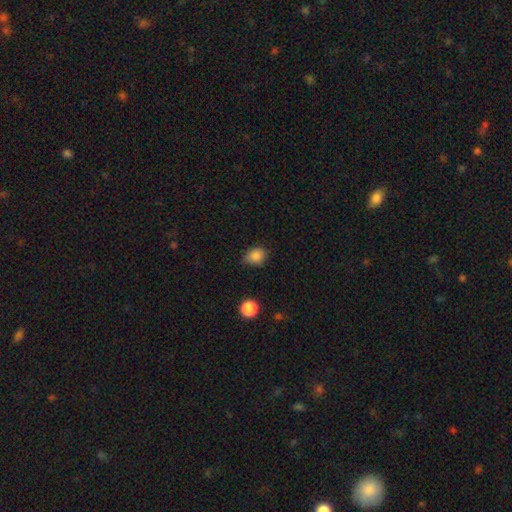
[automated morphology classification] Smooth or featured: smooth — 85% (star or artifact — 11%)
How rounded: in between — 50% (round — 49%)
Merging: none — 68% (minor disturbance — 26%)